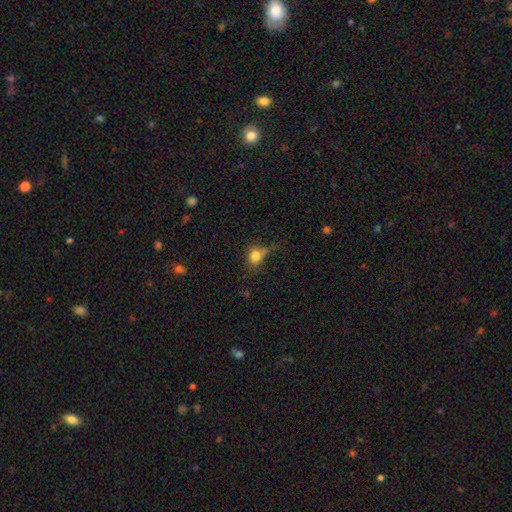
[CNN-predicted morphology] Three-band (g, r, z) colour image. It shows a smooth galaxy with no disk features (77%) that is round (61%). Merging: none (43%).